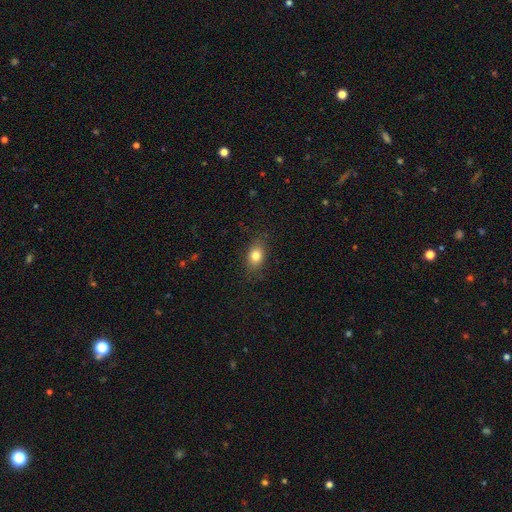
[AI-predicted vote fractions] Morphology: type=smooth (80%); roundness=in between (75%); merging=none (83%).